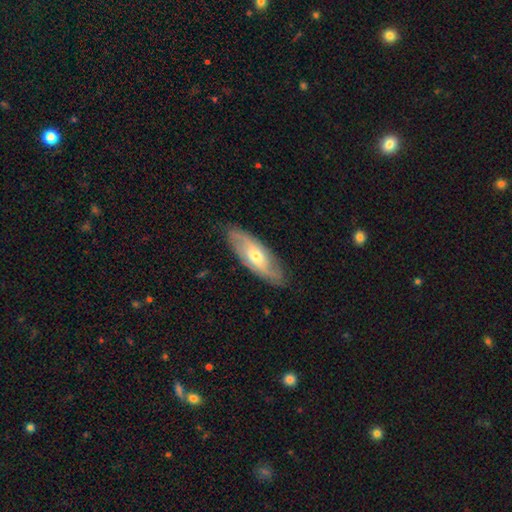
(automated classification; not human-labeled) featured or disk 66%, smooth 29%, star or artifact 5%. Down the decision tree: edge-on disk — no (82%); bar — no (62%); spiral arms — yes (85%); bulge size — moderate (56%); merging — none (83%).